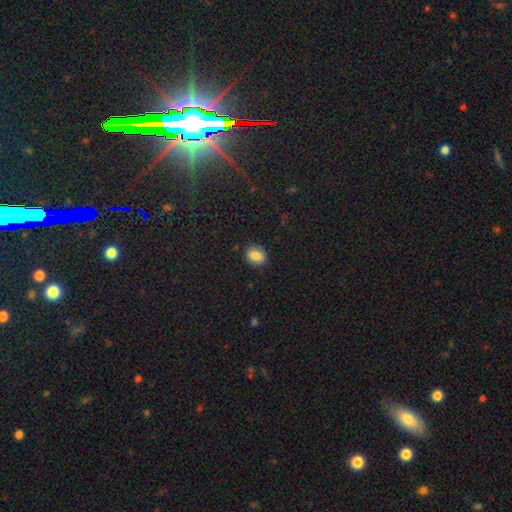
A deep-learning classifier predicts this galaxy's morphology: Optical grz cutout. It shows a smooth galaxy with no disk features (83%) that is round (55%). Merging: none (87%).